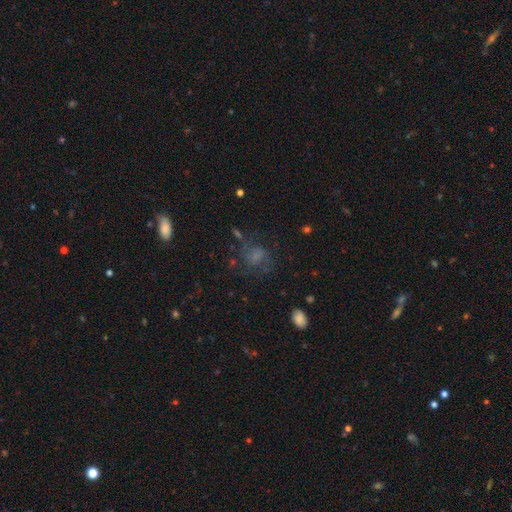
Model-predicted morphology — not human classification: Smooth or featured? smooth (41%)
Merging? none (57%)